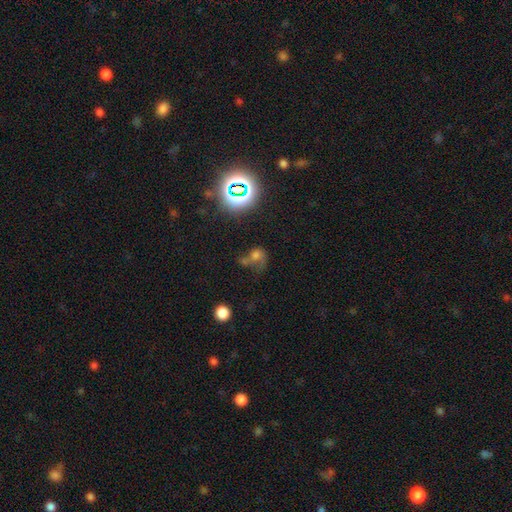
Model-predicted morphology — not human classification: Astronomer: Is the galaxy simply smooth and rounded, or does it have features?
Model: smooth — 37% (runner-up: star or artifact, 32%).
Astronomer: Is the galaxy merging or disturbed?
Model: merger — 29%, tied with major disturbance at 29%.